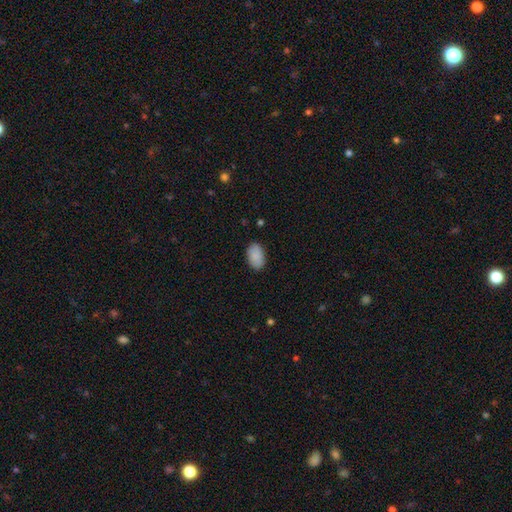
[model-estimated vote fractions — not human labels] Smooth or featured?
  - smooth: 89% *
  - star or artifact: 6%
  - featured or disk: 5%
How rounded?
  - in between: 93% *
  - round: 6%
  - cigar-shaped: 1%
Merging?
  - none: 85% *
  - minor disturbance: 11%
  - major disturbance: 2%
  - merger: 1%